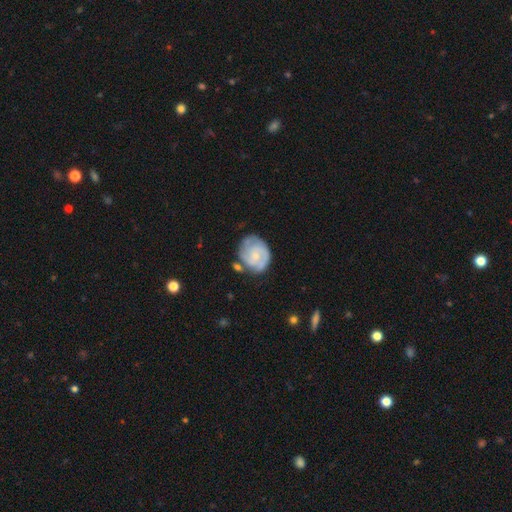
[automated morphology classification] A featured or disk galaxy (72%) with no bar (69%), 2 (40%) tight (56%) spiral arms (90%) and a small central bulge (65%).

Vote fractions:
- Smooth or featured? featured or disk: 72% / smooth: 23% / star or artifact: 5%
- Edge-on disk? no: 98% / yes: 2%
- Bar? no: 69% / weak: 28% / strong: 4%
- Spiral arms? yes: 90% / no: 10%
- Spiral winding? tight: 56% / medium: 34% / loose: 10%
- Spiral arm count? 2: 40% / can't tell: 25% / 3: 23% / 1: 5% / 4: 4% / more than 4: 3%
- Bulge size? small: 65% / moderate: 27% / none: 5% / large: 2% / dominant: 1%
- Merging? none: 62% / minor disturbance: 23% / major disturbance: 8% / merger: 7%